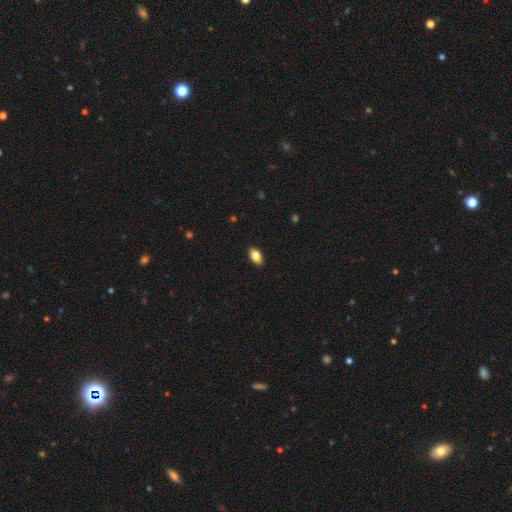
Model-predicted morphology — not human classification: Smooth or featured? Predicted: smooth (p=0.85). How rounded? Predicted: in between (p=0.91). Merging? Predicted: none (p=0.88).